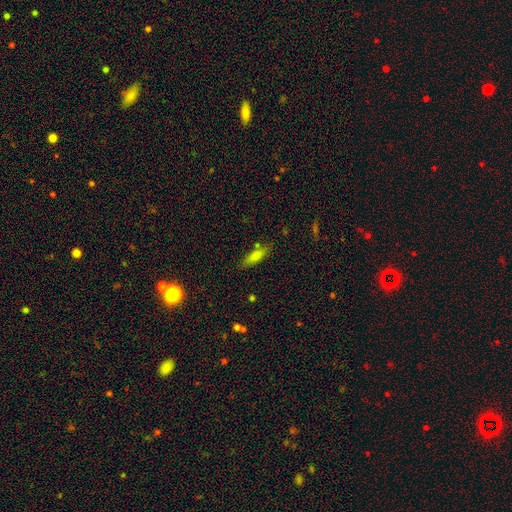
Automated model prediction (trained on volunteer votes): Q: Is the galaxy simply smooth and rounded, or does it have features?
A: smooth — 71%.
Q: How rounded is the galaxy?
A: cigar-shaped — 53%.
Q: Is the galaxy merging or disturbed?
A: none — 76%.